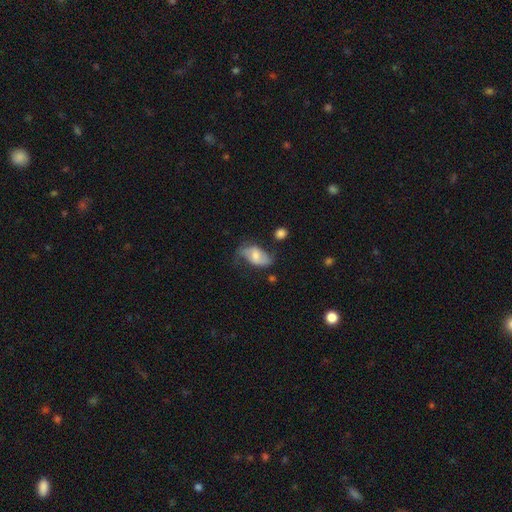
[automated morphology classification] smooth-or-featured: featured or disk: 53% | smooth: 39% | star or artifact: 7%
  disk-edge-on: no: 94% | yes: 6%
    bar: weak: 42% | no: 41% | strong: 17%
    has-spiral-arms: yes: 81% | no: 19%
    bulge-size: moderate: 52% | small: 31% | large: 10% | none: 6% | dominant: 2%
  merging: none: 48% | minor disturbance: 29% | major disturbance: 18% | merger: 5%